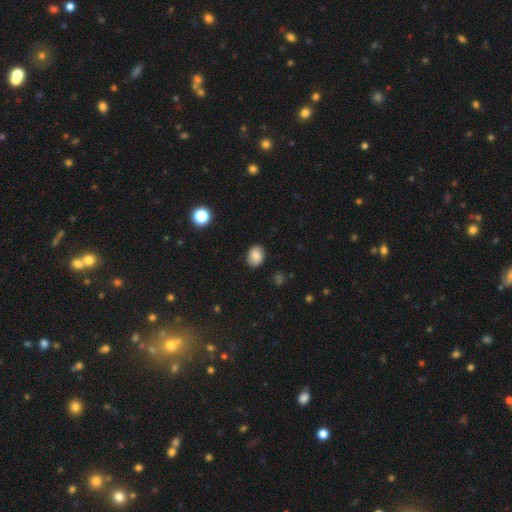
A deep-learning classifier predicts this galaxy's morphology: Smooth or featured? smooth (82%)
How rounded? in between (61%)
Merging? none (87%)